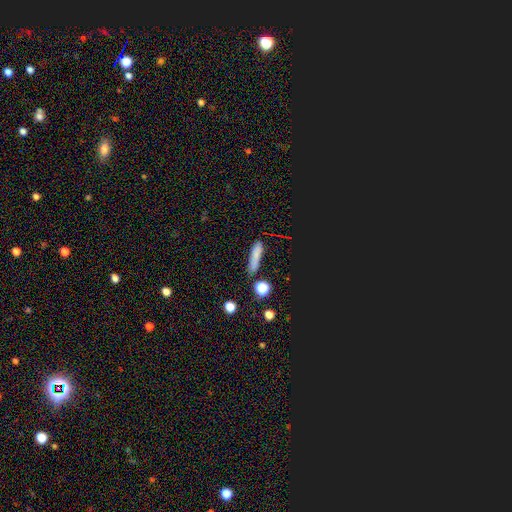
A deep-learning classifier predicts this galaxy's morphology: Smooth or featured?
  - smooth: 70% *
  - star or artifact: 19%
  - featured or disk: 11%
How rounded?
  - cigar-shaped: 77% *
  - in between: 17%
  - round: 6%
Merging?
  - none: 76% *
  - minor disturbance: 15%
  - merger: 5%
  - major disturbance: 4%